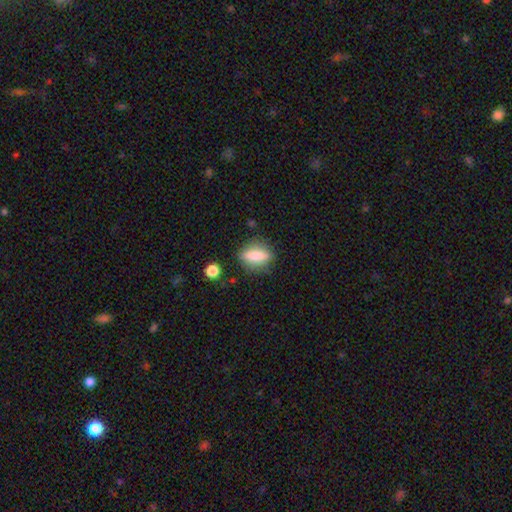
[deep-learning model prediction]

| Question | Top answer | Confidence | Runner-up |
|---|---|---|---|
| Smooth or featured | smooth | 66% | featured or disk (25%) |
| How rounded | in between | 51% | cigar-shaped (40%) |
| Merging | none | 78% | minor disturbance (14%) |